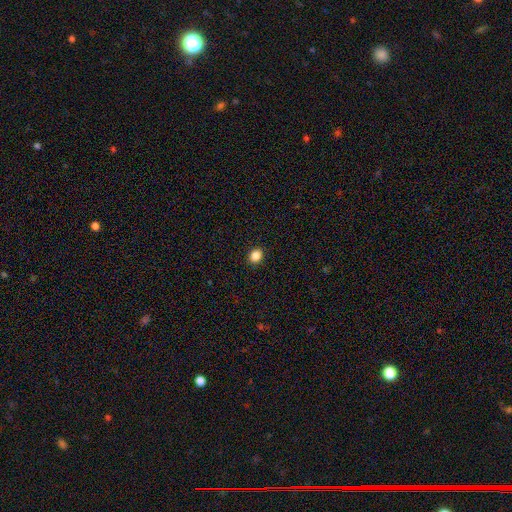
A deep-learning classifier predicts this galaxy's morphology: smooth_or_featured: smooth (p=0.86) [alt: star or artifact p=0.10]
how_rounded: round (p=0.50) [alt: in between p=0.49]
merging: none (p=0.92) [alt: minor disturbance p=0.06]